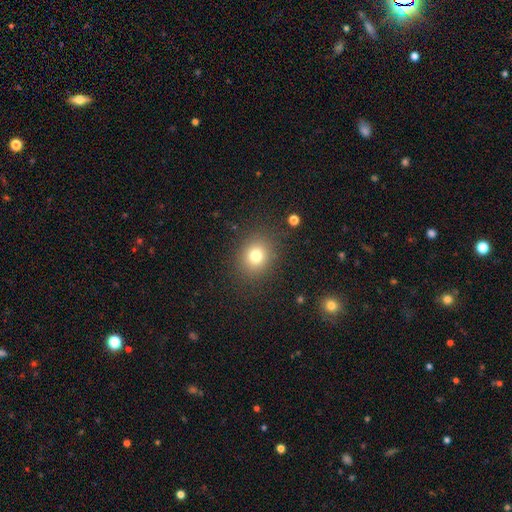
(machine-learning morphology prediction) Smooth or featured? smooth (77%)
How rounded? round (70%)
Merging? none (86%)